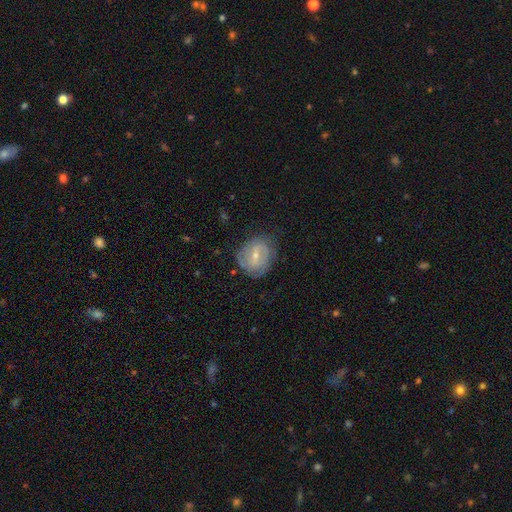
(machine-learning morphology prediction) Overall: featured or disk (66%; smooth 27%). Edge-on disk: no (96%). Bar: weak (53%; strong 24%). Spiral arms: yes (76%). Bulge size: small (59%; moderate 37%). Merging: none (69%).